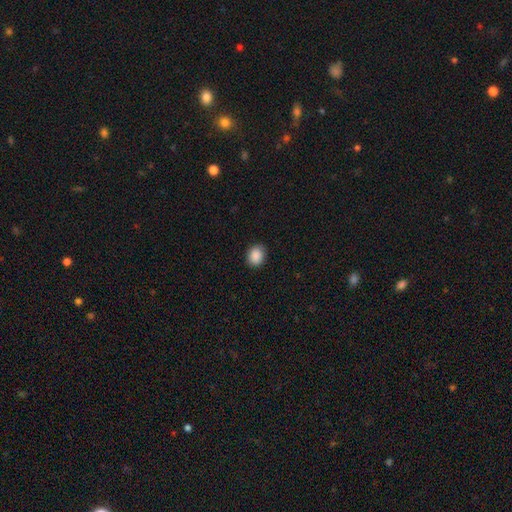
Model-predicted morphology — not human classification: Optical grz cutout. It shows a smooth galaxy with no disk features (89%) that is in between round and cigar-shaped (51%). Merging: none (88%).